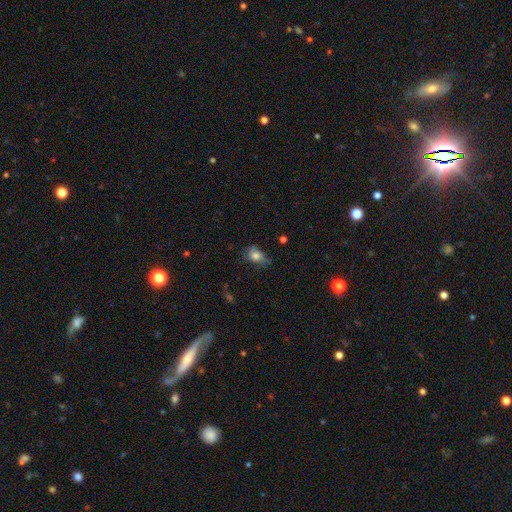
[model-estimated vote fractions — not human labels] A smooth galaxy with no disk features (72%) that is in between round and cigar-shaped (78%). Merging: none (43%).